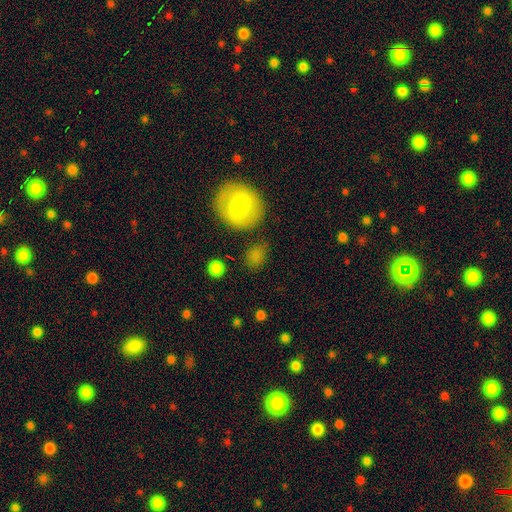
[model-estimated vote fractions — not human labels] Smooth or featured: smooth — 81% (star or artifact — 11%)
How rounded: in between — 51% (round — 46%)
Merging: none — 73% (minor disturbance — 15%)